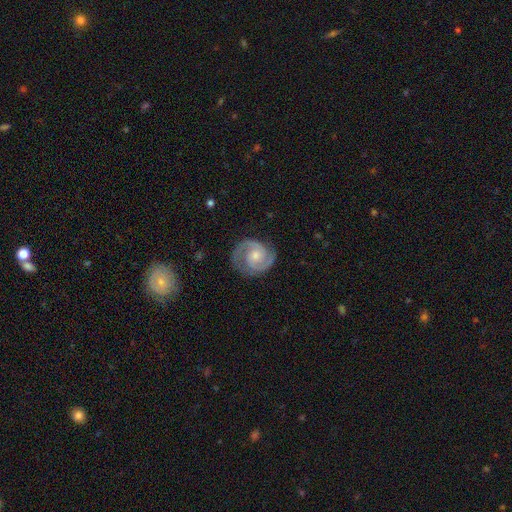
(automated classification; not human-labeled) Morphology: type=featured or disk (90%); edge-on=no (98%); bar=no (64%); spiral arms=yes (98%); winding=tight (52%); arm count=2 (91%); bulge=moderate (47%); merging=none (81%).